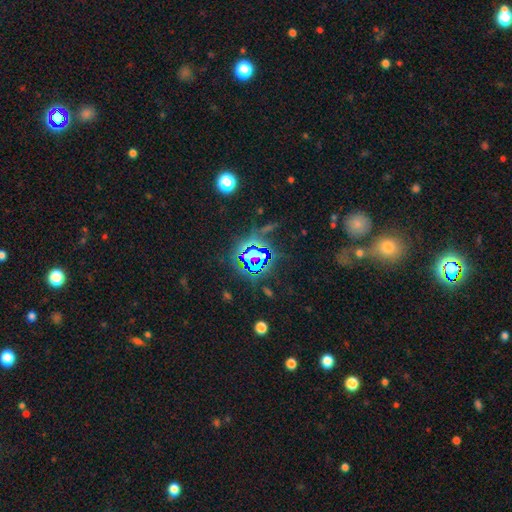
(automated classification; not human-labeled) smooth_or_featured: star or artifact (p=0.77) [alt: smooth p=0.12]